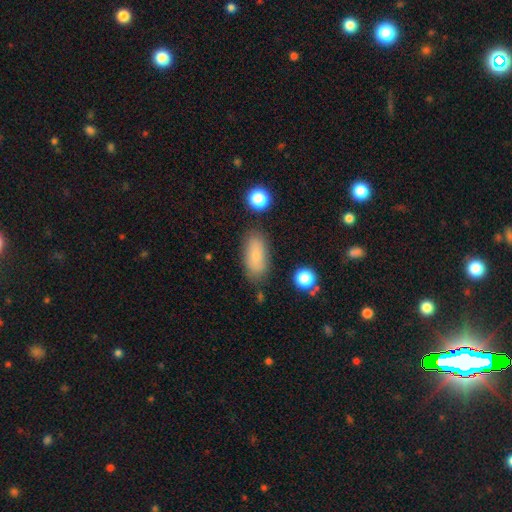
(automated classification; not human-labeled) Smooth or featured: smooth — 78% (featured or disk — 13%)
How rounded: in between — 87% (cigar-shaped — 9%)
Merging: none — 79% (minor disturbance — 14%)